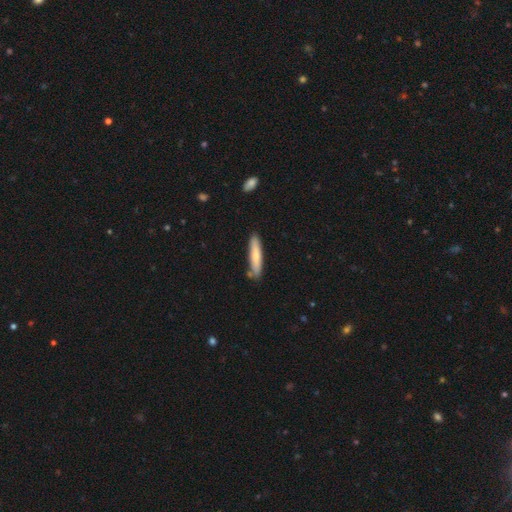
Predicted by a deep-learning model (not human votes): Smooth or featured? smooth (72%)
How rounded? cigar-shaped (85%)
Merging? none (81%)